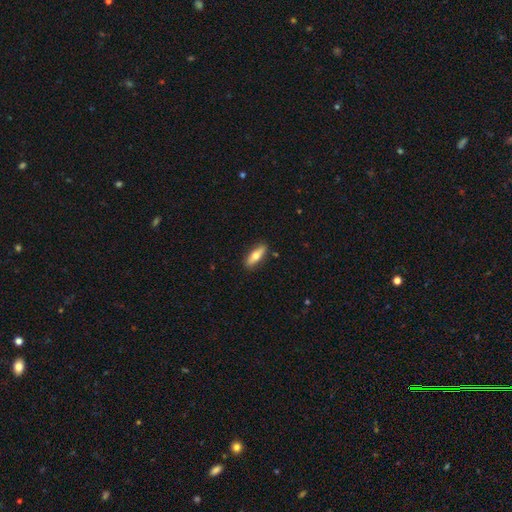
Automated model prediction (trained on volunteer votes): smooth-or-featured: smooth: 63% | featured or disk: 31% | star or artifact: 6%
  how-rounded: in between: 50% | cigar-shaped: 48% | round: 2%
  merging: none: 87% | minor disturbance: 10% | major disturbance: 2% | merger: 2%